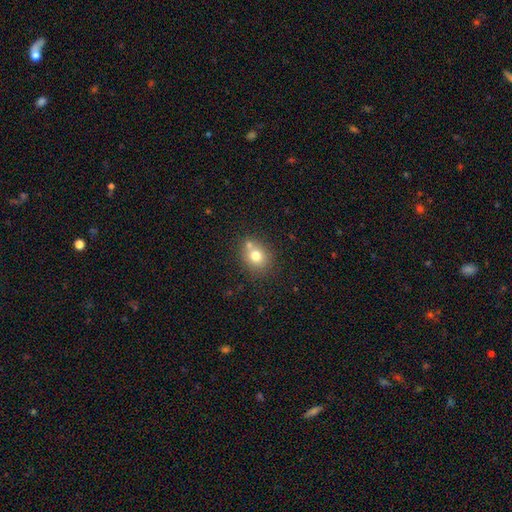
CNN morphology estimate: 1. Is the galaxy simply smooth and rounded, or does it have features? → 75% smooth, 13% featured or disk, 12% star or artifact.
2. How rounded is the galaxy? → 67% round, 32% in between, 1% cigar-shaped.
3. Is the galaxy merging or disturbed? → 60% none, 25% merger, 12% minor disturbance, 3% major disturbance.